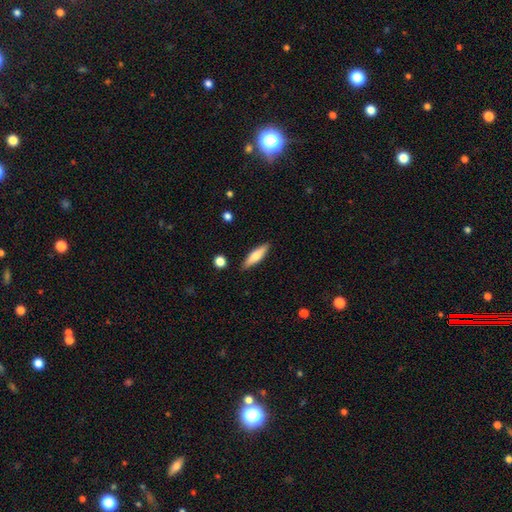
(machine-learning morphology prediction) A smooth galaxy with no disk features (61%) that is cigar-shaped (64%).

Vote fractions:
- Smooth or featured? smooth: 61% / featured or disk: 33% / star or artifact: 6%
- How rounded? cigar-shaped: 64% / in between: 34% / round: 2%
- Merging? none: 87% / minor disturbance: 9% / major disturbance: 2% / merger: 2%